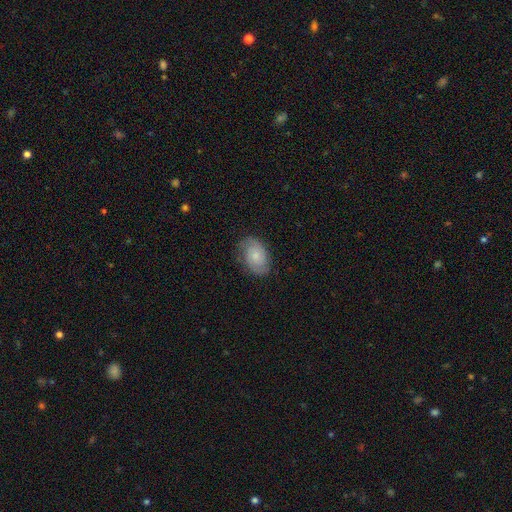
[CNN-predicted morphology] Smooth or featured: smooth — 48% (featured or disk — 45%)
Merging: none — 74% (minor disturbance — 19%)